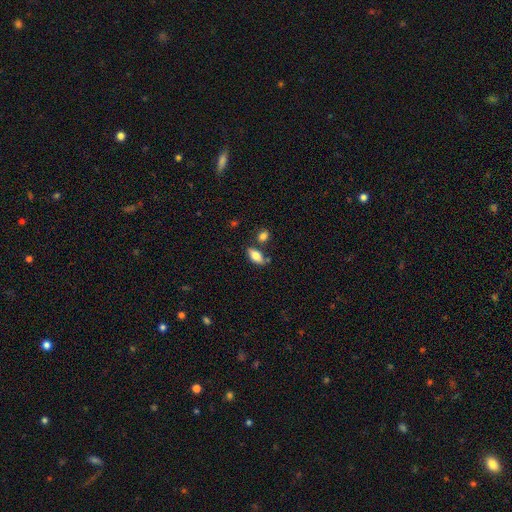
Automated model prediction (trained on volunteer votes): The model was most divided on "merging": none: 71%, minor disturbance: 15%, merger: 10%, major disturbance: 4%. More confident: how rounded — in between (86%); smooth or featured — smooth (78%).